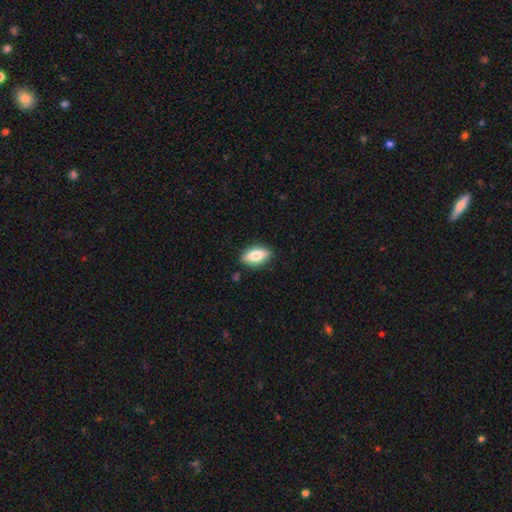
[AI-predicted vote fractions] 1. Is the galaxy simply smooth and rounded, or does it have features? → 78% smooth, 15% featured or disk, 7% star or artifact.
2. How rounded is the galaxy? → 87% in between, 9% cigar-shaped, 4% round.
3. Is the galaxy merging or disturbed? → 85% none, 11% minor disturbance, 2% major disturbance, 1% merger.